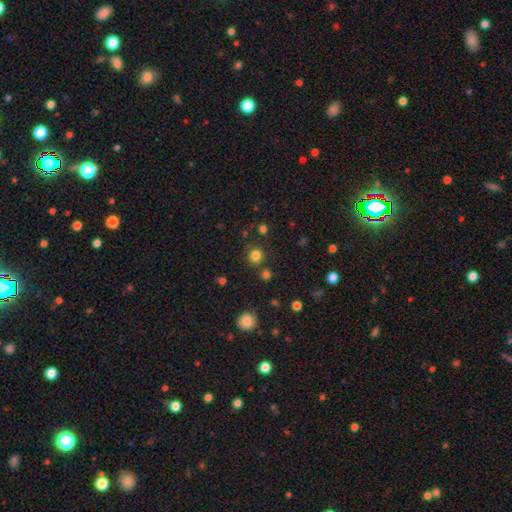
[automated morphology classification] Q: Smooth or featured?
A: smooth (80%); runner-up: star or artifact (15%)
Q: How rounded?
A: round (92%); runner-up: in between (7%)
Q: Merging?
A: none (83%); runner-up: minor disturbance (8%)